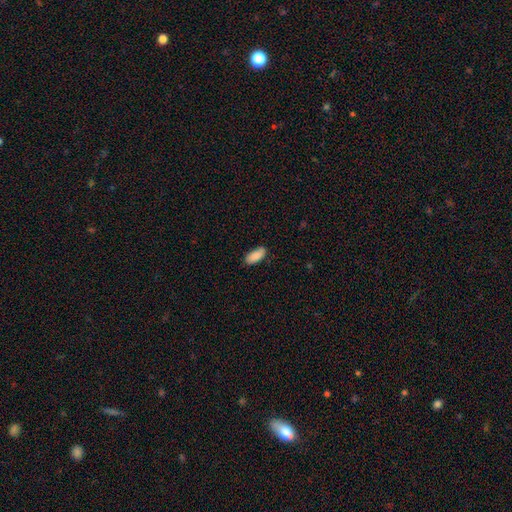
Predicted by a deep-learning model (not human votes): Morphology: type=smooth (88%); roundness=in between (87%); merging=none (83%).